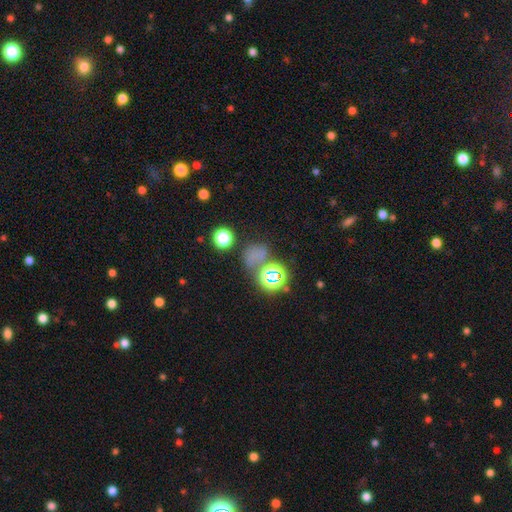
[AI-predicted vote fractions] Morphology: type=smooth (50%); merging=none (50%).